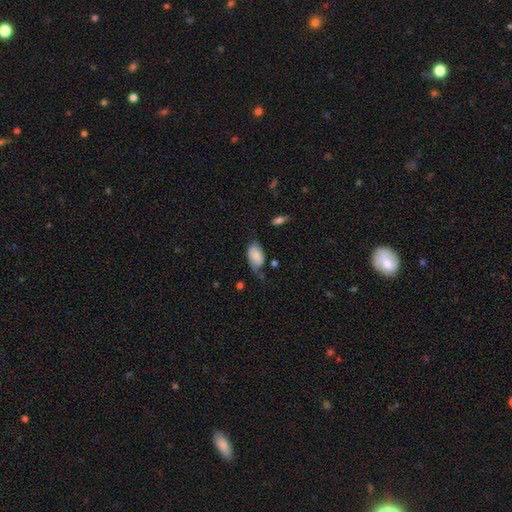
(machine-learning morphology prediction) Smooth or featured? smooth (68%)
How rounded? in between (92%)
Merging? none (38%)